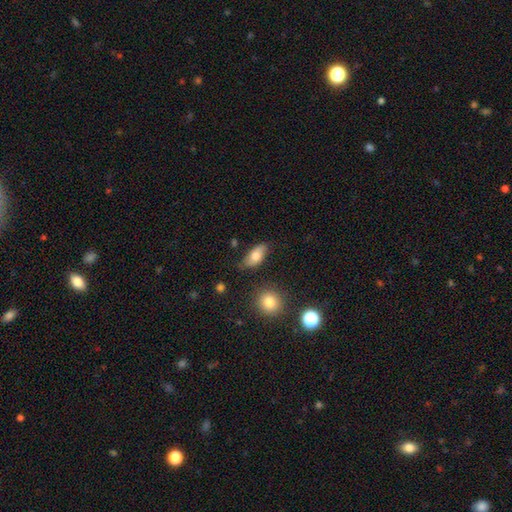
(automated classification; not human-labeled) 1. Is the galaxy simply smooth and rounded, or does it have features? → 76% smooth, 17% featured or disk, 8% star or artifact.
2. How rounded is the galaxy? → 89% in between, 6% cigar-shaped, 5% round.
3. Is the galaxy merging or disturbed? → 75% none, 18% minor disturbance, 4% major disturbance, 3% merger.